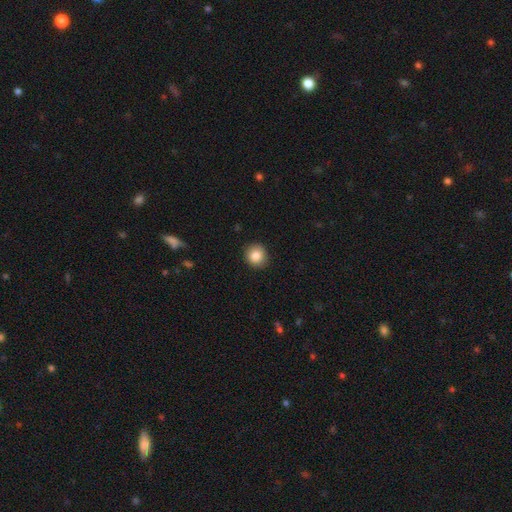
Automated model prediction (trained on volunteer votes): Smooth or featured: smooth — 86% (star or artifact — 9%)
How rounded: round — 89% (in between — 10%)
Merging: none — 90% (minor disturbance — 7%)